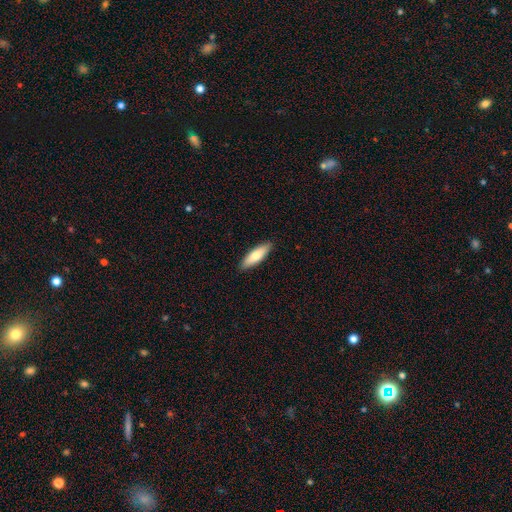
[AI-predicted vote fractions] smooth 73%, featured or disk 21%, star or artifact 5%. Down the decision tree: how rounded — cigar-shaped (54%); merging — none (90%).